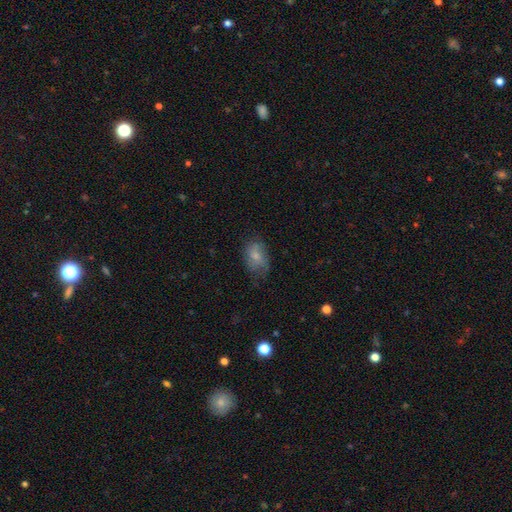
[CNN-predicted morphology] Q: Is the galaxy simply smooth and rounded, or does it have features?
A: smooth — 71%.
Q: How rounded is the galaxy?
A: in between — 85%.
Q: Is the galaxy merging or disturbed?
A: none — 57%.